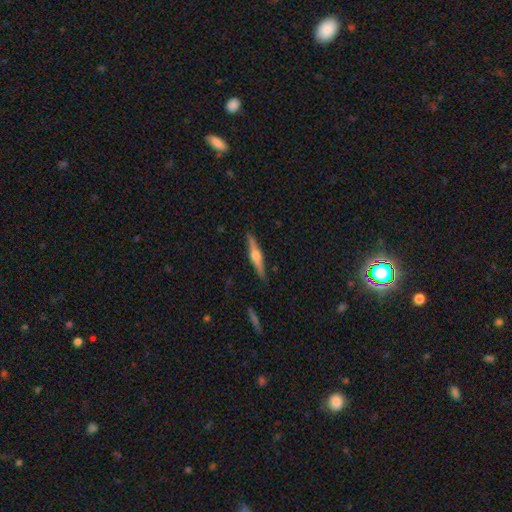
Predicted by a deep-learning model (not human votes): The model was most divided on "smooth or featured": featured or disk: 71%, smooth: 23%, star or artifact: 5%. More confident: edge-on disk — yes (98%); edge-on bulge — rounded (93%); merging — none (90%).